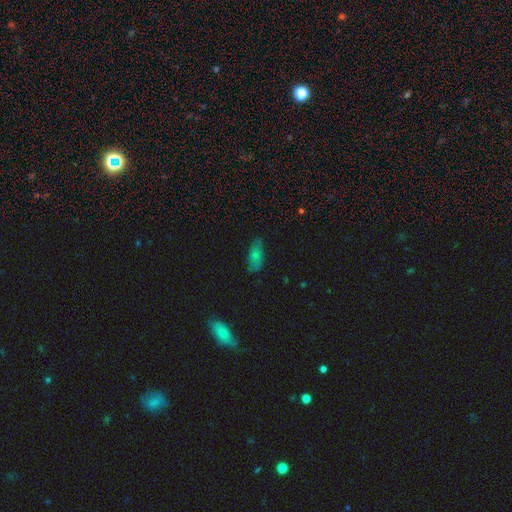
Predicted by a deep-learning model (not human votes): smooth 70%, featured or disk 20%, star or artifact 10%. Down the decision tree: how rounded — in between (87%); merging — none (69%).